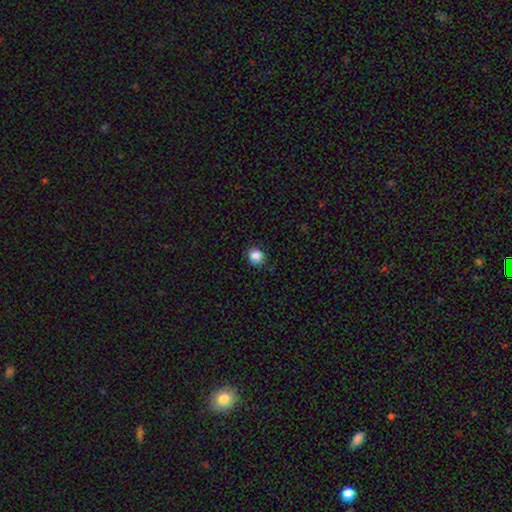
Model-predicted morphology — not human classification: Smooth or featured? smooth (86%)
How rounded? round (92%)
Merging? none (91%)